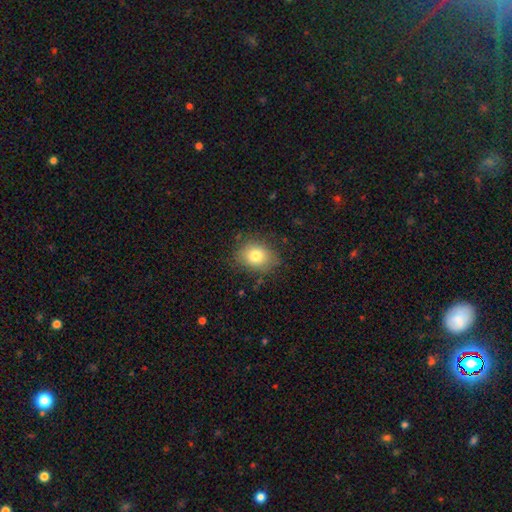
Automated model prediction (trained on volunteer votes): Smooth or featured?
  - smooth: 79% *
  - featured or disk: 11%
  - star or artifact: 10%
How rounded?
  - round: 52% *
  - in between: 47%
  - cigar-shaped: 1%
Merging?
  - none: 80% *
  - minor disturbance: 15%
  - major disturbance: 4%
  - merger: 1%